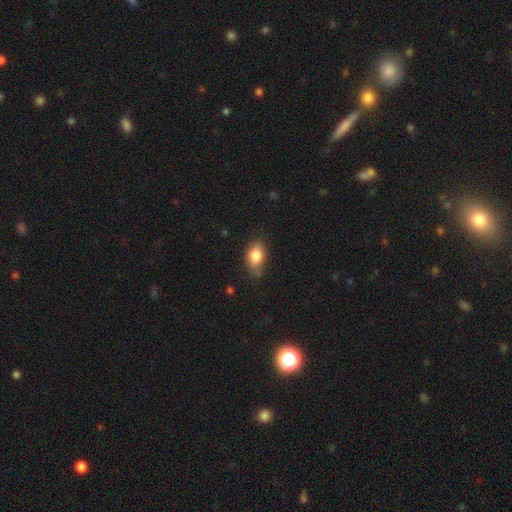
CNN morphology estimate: A smooth galaxy with no disk features (83%) that is in between round and cigar-shaped (82%). Merging: none (61%).